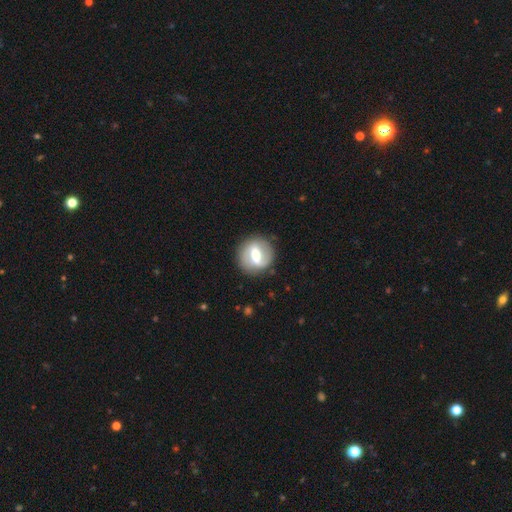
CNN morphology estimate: The model was most divided on "bar": strong: 49%, weak: 38%, no: 13%. More confident: edge-on disk — no (93%); merging — none (83%); bulge size — moderate (61%); smooth or featured — featured or disk (60%); spiral arms — yes (59%).